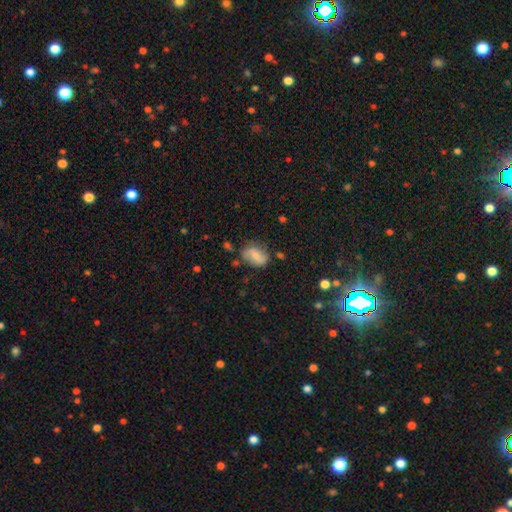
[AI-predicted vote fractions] Smooth or featured?
  - smooth: 54% *
  - featured or disk: 38%
  - star or artifact: 8%
How rounded?
  - in between: 74% *
  - round: 24%
  - cigar-shaped: 2%
Merging?
  - none: 65% *
  - minor disturbance: 23%
  - major disturbance: 7%
  - merger: 4%